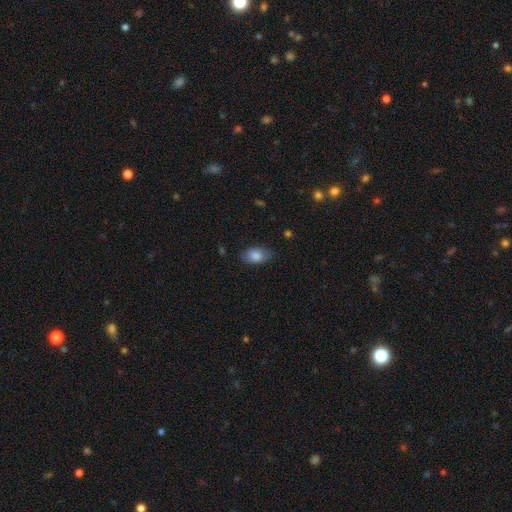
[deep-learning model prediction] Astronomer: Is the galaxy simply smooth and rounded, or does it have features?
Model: smooth — 82%.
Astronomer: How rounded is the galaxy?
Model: in between — 91%.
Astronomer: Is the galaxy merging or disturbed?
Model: none — 80%.